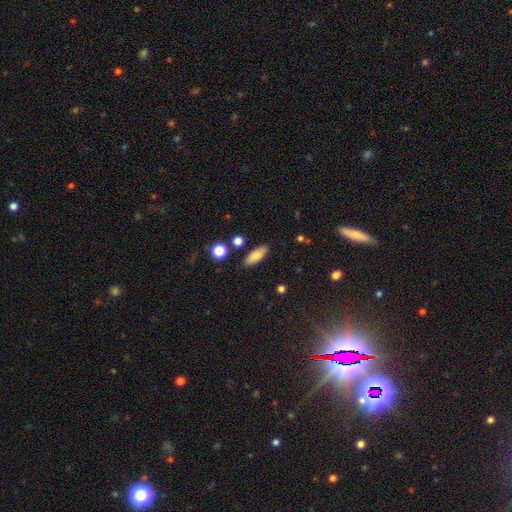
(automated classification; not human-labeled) Overall: smooth (81%). How rounded: in between (72%). Merging: none (83%).